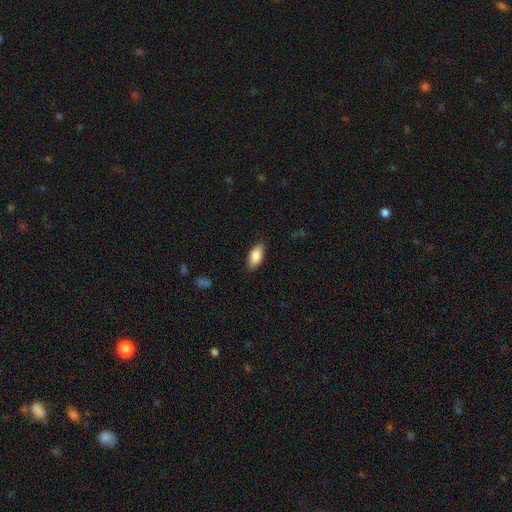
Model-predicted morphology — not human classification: smooth_or_featured: smooth (p=0.84) [alt: featured or disk p=0.09]
how_rounded: in between (p=0.90) [alt: cigar-shaped p=0.07]
merging: none (p=0.85) [alt: minor disturbance p=0.12]